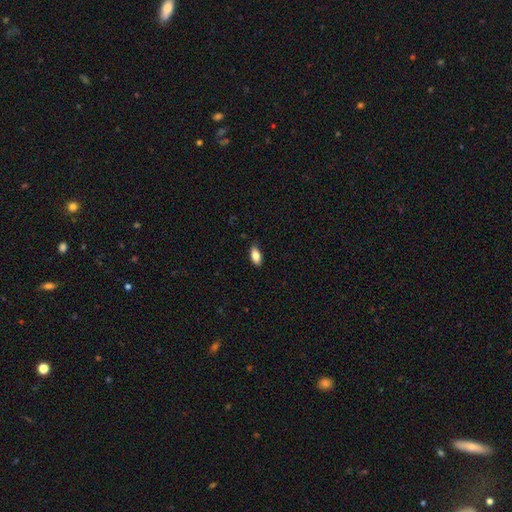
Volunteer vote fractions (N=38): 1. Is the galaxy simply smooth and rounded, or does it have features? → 92% smooth, 5% featured or disk, 3% star or artifact.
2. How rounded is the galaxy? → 89% in between, 9% cigar-shaped, 3% round.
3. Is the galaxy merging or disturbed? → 86% none, 11% minor disturbance, 3% merger, 0% major disturbance.